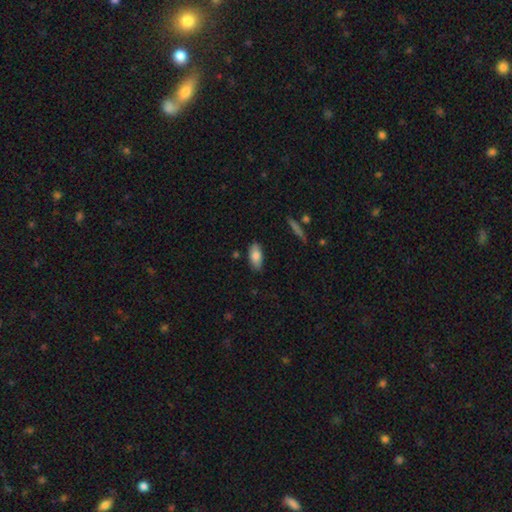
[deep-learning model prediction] This appears to be a smooth galaxy with no disk features (82%) that is in between round and cigar-shaped (89%). Merging: none (84%).